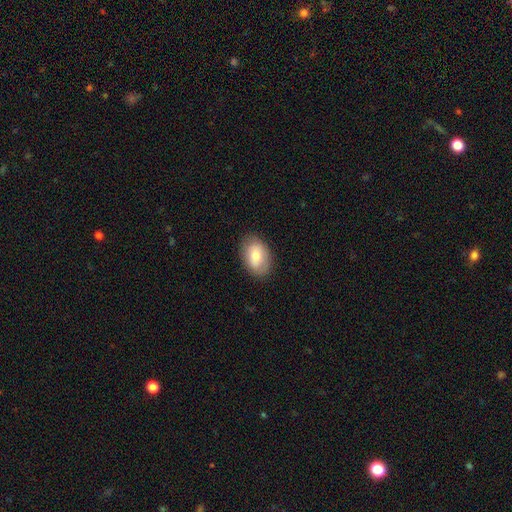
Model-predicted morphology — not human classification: This appears to be a smooth galaxy with no disk features (76%) that is in between round and cigar-shaped (88%). Merging: none (85%).